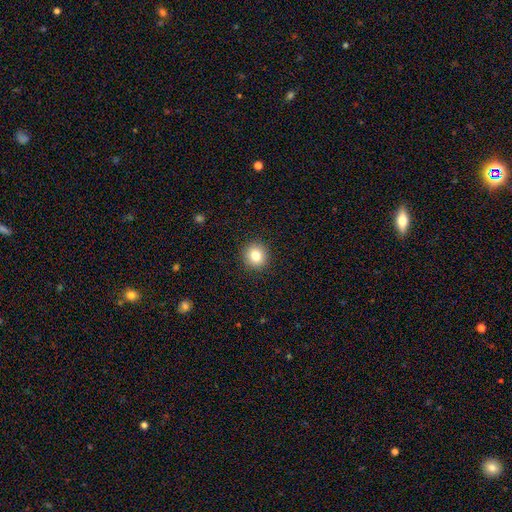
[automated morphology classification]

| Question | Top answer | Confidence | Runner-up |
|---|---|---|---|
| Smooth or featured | smooth | 82% | star or artifact (10%) |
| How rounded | round | 91% | in between (8%) |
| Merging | none | 92% | minor disturbance (5%) |